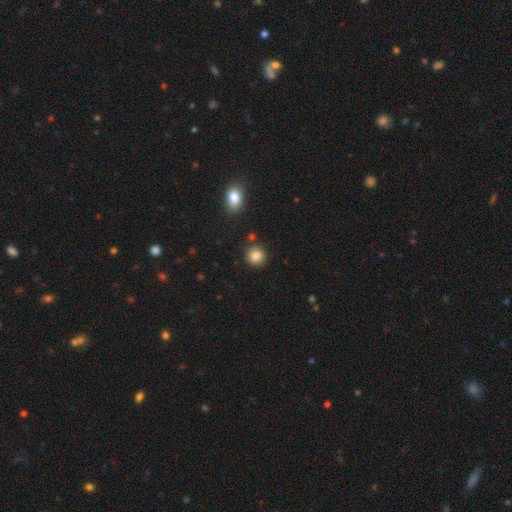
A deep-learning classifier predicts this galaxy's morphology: A smooth galaxy with no disk features (86%) that is round (90%).

Vote fractions:
- Smooth or featured? smooth: 86% / star or artifact: 10% / featured or disk: 5%
- How rounded? round: 90% / in between: 9% / cigar-shaped: 1%
- Merging? none: 85% / minor disturbance: 8% / merger: 5% / major disturbance: 2%